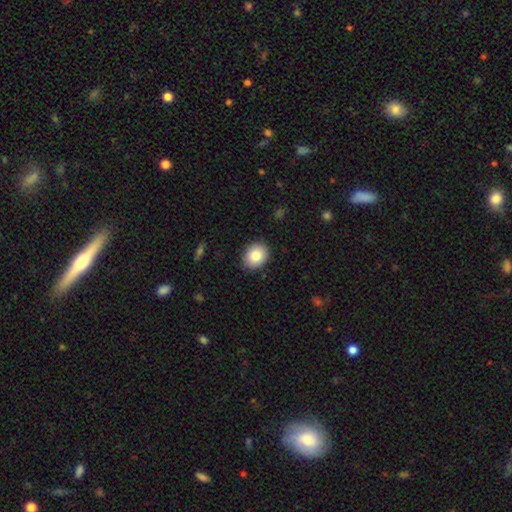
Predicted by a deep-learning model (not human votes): Smooth or featured: smooth — 82% (featured or disk — 10%)
How rounded: round — 52% (in between — 47%)
Merging: none — 89% (minor disturbance — 8%)